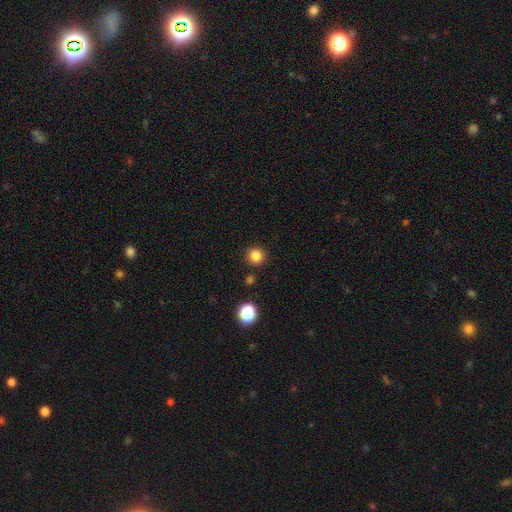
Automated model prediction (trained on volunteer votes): smooth-or-featured: smooth: 83% | star or artifact: 13% | featured or disk: 4%
  how-rounded: round: 91% | in between: 8% | cigar-shaped: 1%
  merging: none: 89% | minor disturbance: 6% | merger: 3% | major disturbance: 2%